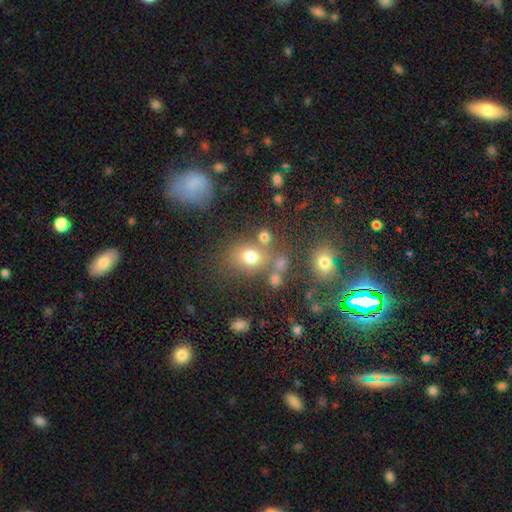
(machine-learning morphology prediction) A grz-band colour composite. It shows a smooth galaxy with no disk features (52%) that is round (70%). Merging: none (65%).